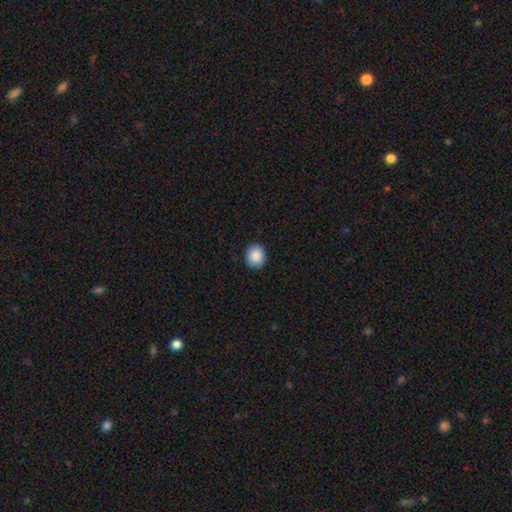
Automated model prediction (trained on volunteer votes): Smooth or featured? smooth (89%)
How rounded? round (80%)
Merging? none (91%)